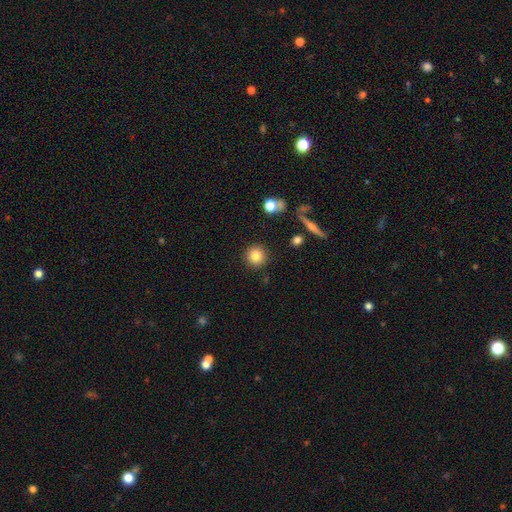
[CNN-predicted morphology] Smooth or featured: smooth — 83% (star or artifact — 10%)
How rounded: round — 94% (in between — 5%)
Merging: none — 89% (minor disturbance — 6%)